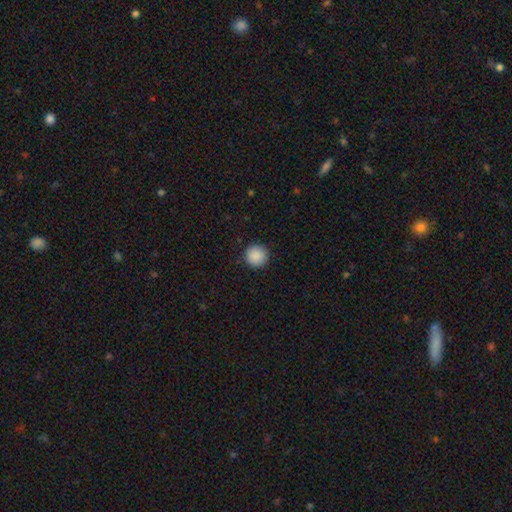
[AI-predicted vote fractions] Smooth or featured?
  - smooth: 89% *
  - star or artifact: 8%
  - featured or disk: 3%
How rounded?
  - round: 96% *
  - in between: 3%
  - cigar-shaped: 1%
Merging?
  - none: 92% *
  - minor disturbance: 5%
  - major disturbance: 2%
  - merger: 1%